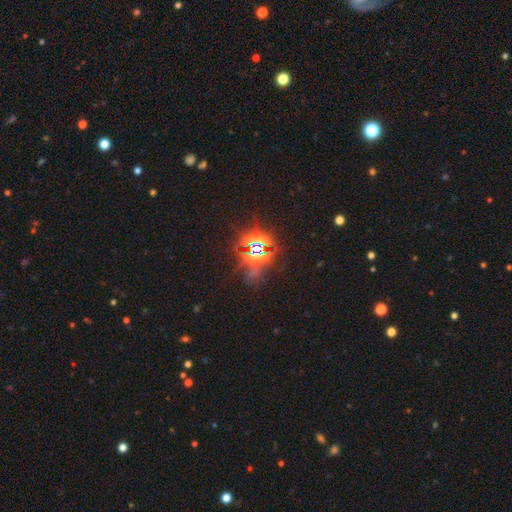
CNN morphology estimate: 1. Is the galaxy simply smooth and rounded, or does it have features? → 82% star or artifact, 10% smooth, 8% featured or disk.